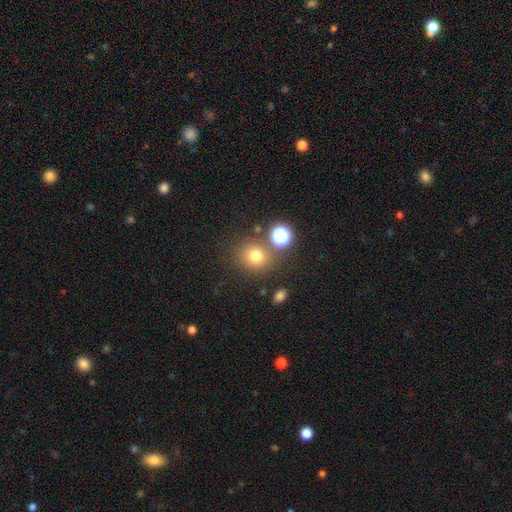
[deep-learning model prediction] Smooth or featured? smooth (74%)
How rounded? round (82%)
Merging? none (75%)